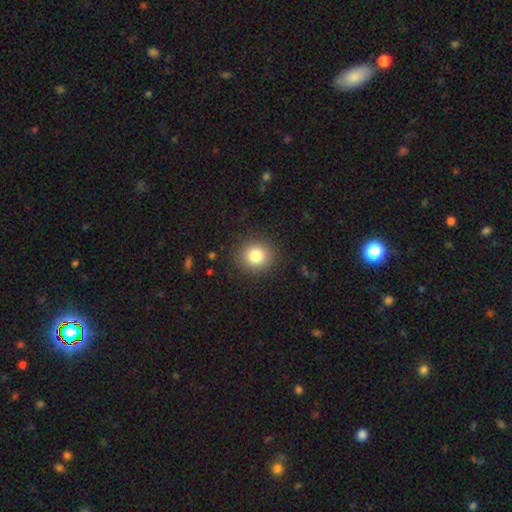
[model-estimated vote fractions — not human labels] Morphology: type=smooth (82%); roundness=round (83%); merging=none (89%).